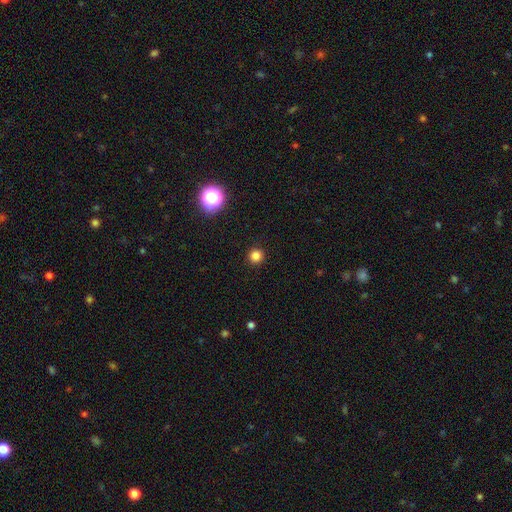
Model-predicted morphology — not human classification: Smooth or featured: smooth — 82% (star or artifact — 14%)
How rounded: round — 95% (in between — 4%)
Merging: none — 93% (minor disturbance — 4%)